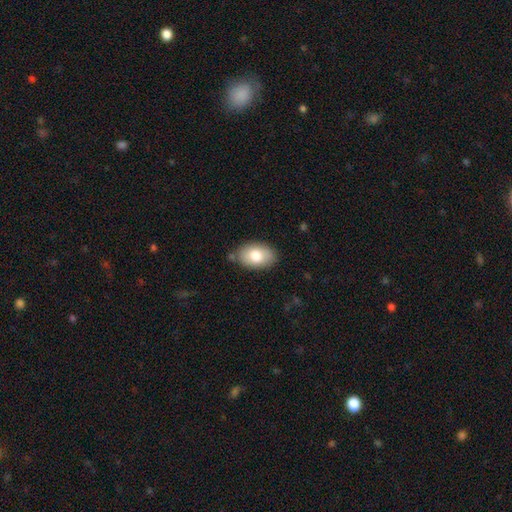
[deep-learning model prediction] Morphology: type=smooth (79%); roundness=in between (90%); merging=none (79%).